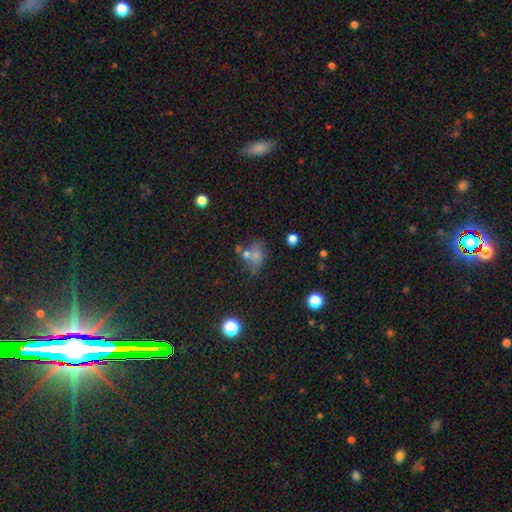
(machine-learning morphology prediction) The model was most divided on "merging": none: 39%, merger: 24%, minor disturbance: 21%, major disturbance: 16%. More confident: how rounded — in between (66%); smooth or featured — smooth (58%).